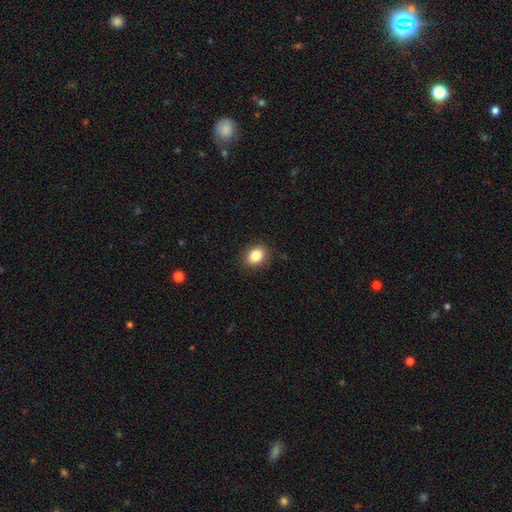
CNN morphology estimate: A smooth galaxy with no disk features (85%) that is in between round and cigar-shaped (52%). Merging: none (88%).